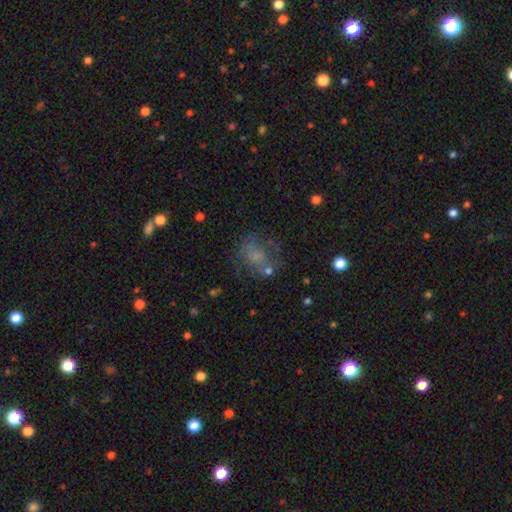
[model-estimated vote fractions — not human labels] smooth 48%, featured or disk 35%, star or artifact 17%. Down the decision tree: merging — none (45%).